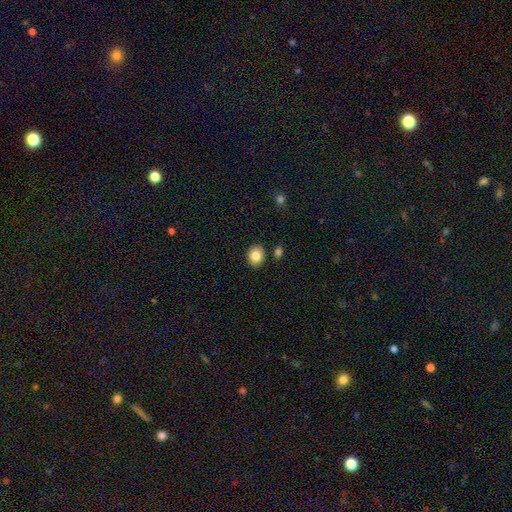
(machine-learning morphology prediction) Smooth or featured: smooth — 85% (star or artifact — 9%)
How rounded: round — 61% (in between — 38%)
Merging: none — 85% (minor disturbance — 9%)